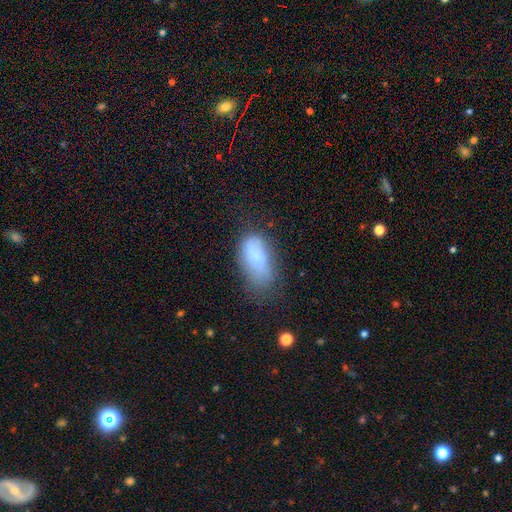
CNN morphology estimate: Smooth or featured? smooth (72%)
How rounded? in between (91%)
Merging? none (37%)